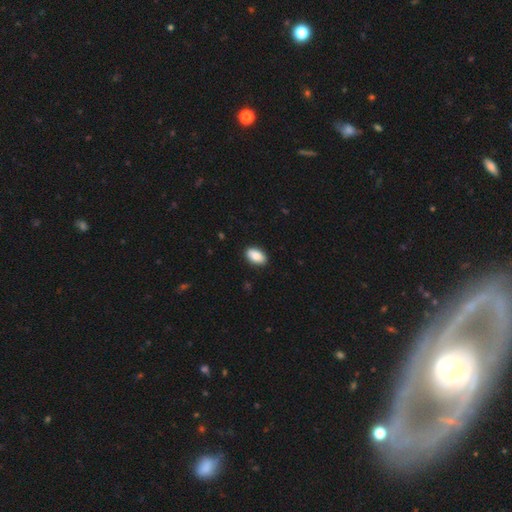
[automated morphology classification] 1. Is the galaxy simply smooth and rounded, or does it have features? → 89% smooth, 6% star or artifact, 5% featured or disk.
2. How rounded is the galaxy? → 94% in between, 4% round, 2% cigar-shaped.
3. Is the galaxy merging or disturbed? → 90% none, 7% minor disturbance, 2% major disturbance, 1% merger.